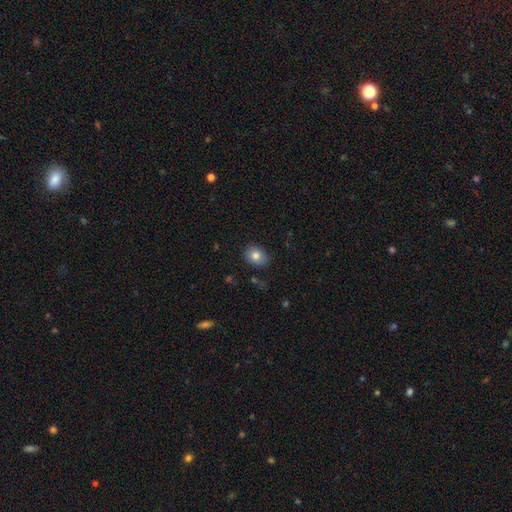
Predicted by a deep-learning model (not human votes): Q: Smooth or featured?
A: smooth (81%); runner-up: featured or disk (10%)
Q: How rounded?
A: in between (56%); runner-up: round (43%)
Q: Merging?
A: none (85%); runner-up: minor disturbance (11%)